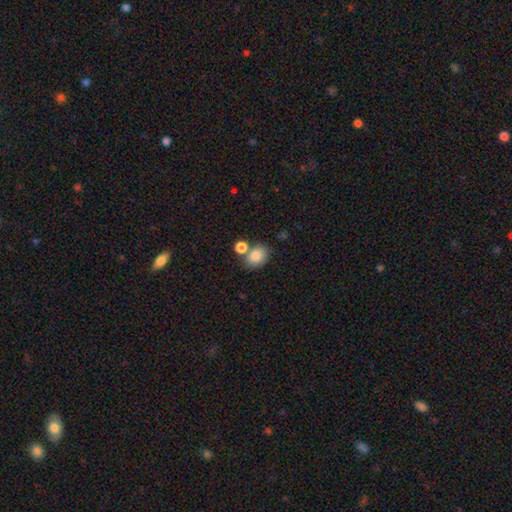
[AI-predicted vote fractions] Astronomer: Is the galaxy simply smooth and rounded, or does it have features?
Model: smooth — 84%.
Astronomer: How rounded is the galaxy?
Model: in between — 63%.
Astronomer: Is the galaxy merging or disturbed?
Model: none — 57%.